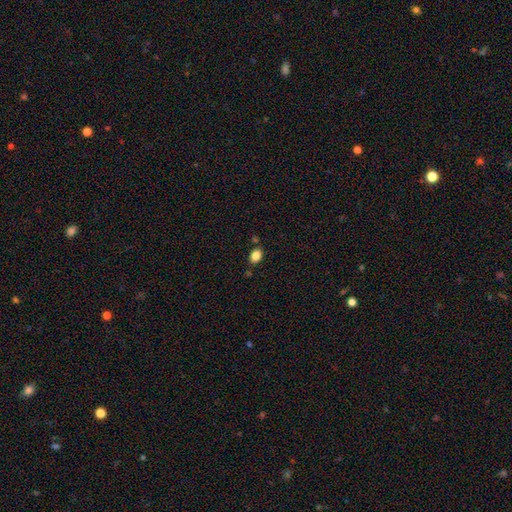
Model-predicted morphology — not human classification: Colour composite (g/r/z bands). It shows a smooth galaxy with no disk features (85%) that is in between round and cigar-shaped (76%). Merging: none (81%).